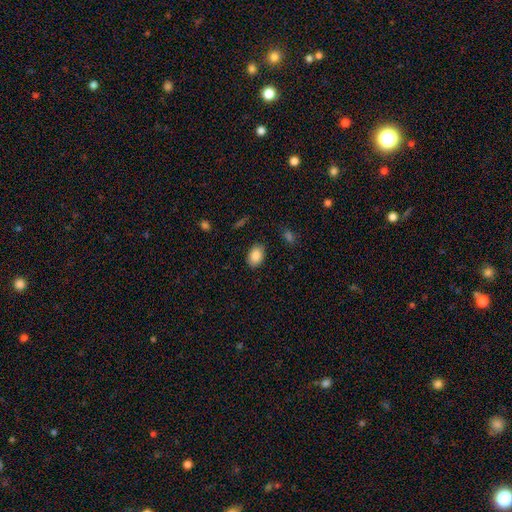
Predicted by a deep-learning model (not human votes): This appears to be a smooth galaxy with no disk features (87%) that is in between round and cigar-shaped (83%). Merging: none (85%).